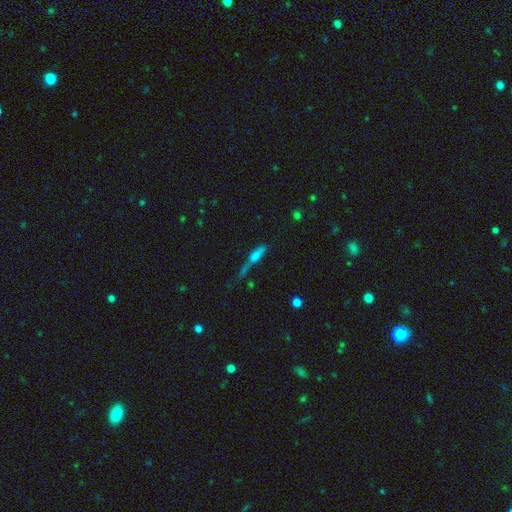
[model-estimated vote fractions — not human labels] Smooth or featured: smooth — 48% (featured or disk — 40%)
Merging: none — 42% (minor disturbance — 24%)